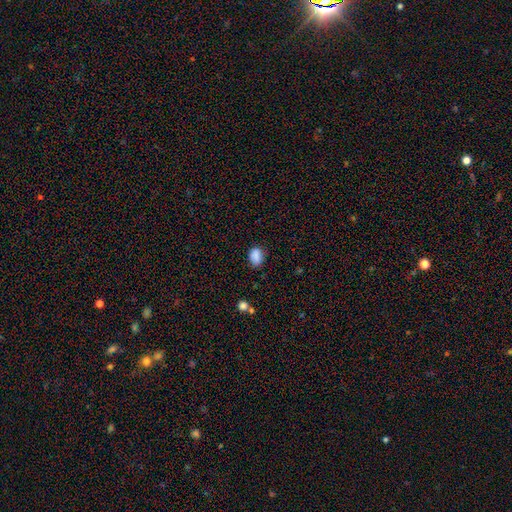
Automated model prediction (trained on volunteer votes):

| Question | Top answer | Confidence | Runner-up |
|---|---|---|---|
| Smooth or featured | smooth | 87% | star or artifact (9%) |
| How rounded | in between | 73% | round (26%) |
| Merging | none | 75% | minor disturbance (19%) |